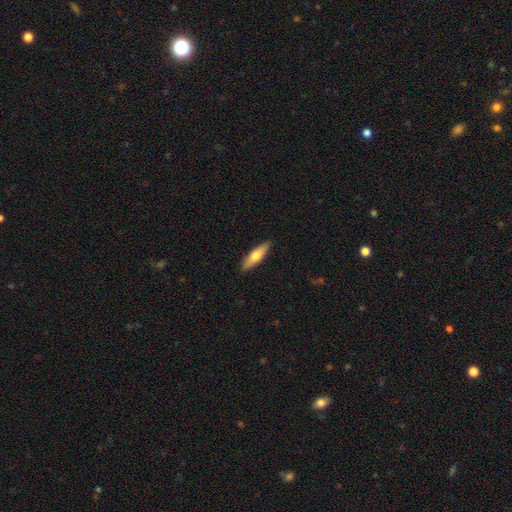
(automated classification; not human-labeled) Morphology: type=smooth (57%); roundness=cigar-shaped (64%); merging=none (90%).